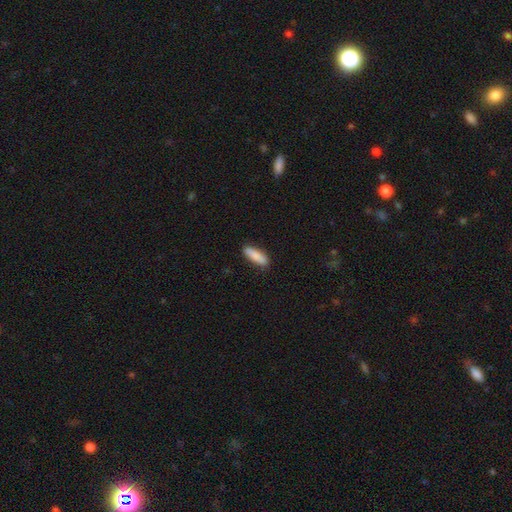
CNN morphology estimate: Smooth or featured: smooth — 86% (featured or disk — 9%)
How rounded: cigar-shaped — 61% (in between — 37%)
Merging: none — 87% (minor disturbance — 10%)